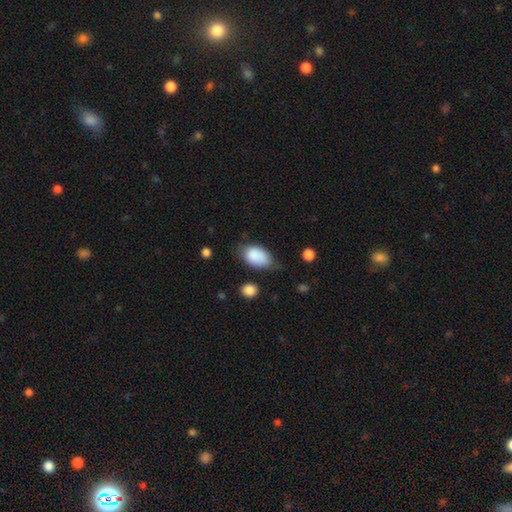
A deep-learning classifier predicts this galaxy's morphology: smooth-or-featured: smooth: 87% | star or artifact: 7% | featured or disk: 6%
  how-rounded: in between: 90% | round: 9% | cigar-shaped: 2%
  merging: none: 55% | minor disturbance: 32% | major disturbance: 9% | merger: 4%